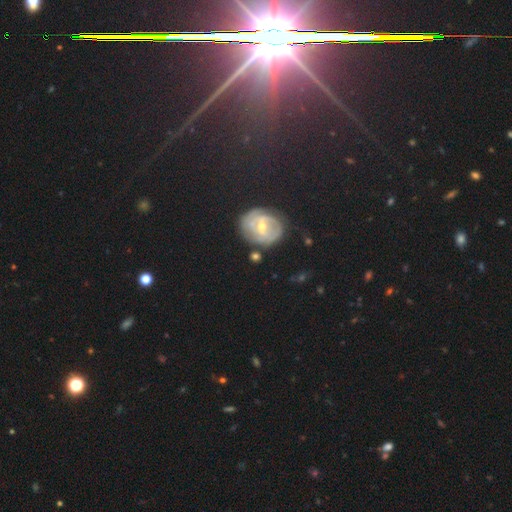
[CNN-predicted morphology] Q: Smooth or featured?
A: featured or disk (54%); runner-up: smooth (25%)
Q: Edge-on disk?
A: no (93%); runner-up: yes (7%)
Q: Bar?
A: weak (48%); runner-up: no (27%)
Q: Spiral arms?
A: yes (68%); runner-up: no (32%)
Q: Bulge size?
A: moderate (48%); runner-up: small (46%)
Q: Merging?
A: none (73%); runner-up: minor disturbance (17%)